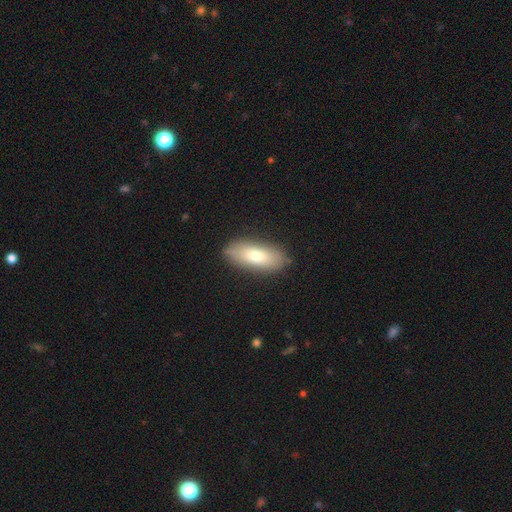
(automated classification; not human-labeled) Morphology: type=smooth (75%); roundness=in between (78%); merging=none (84%).